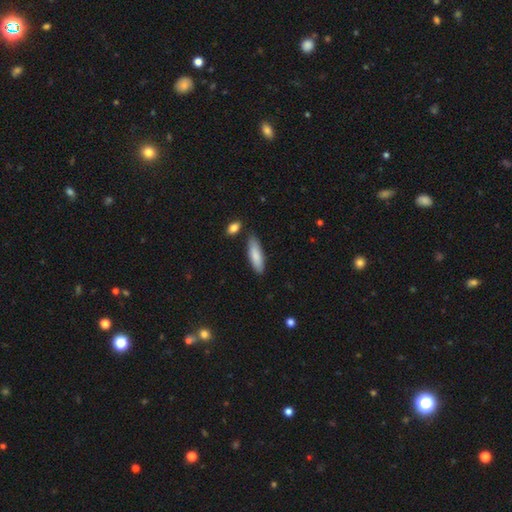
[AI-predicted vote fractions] Smooth or featured: smooth — 83% (featured or disk — 12%)
How rounded: cigar-shaped — 57% (in between — 42%)
Merging: none — 82% (minor disturbance — 12%)